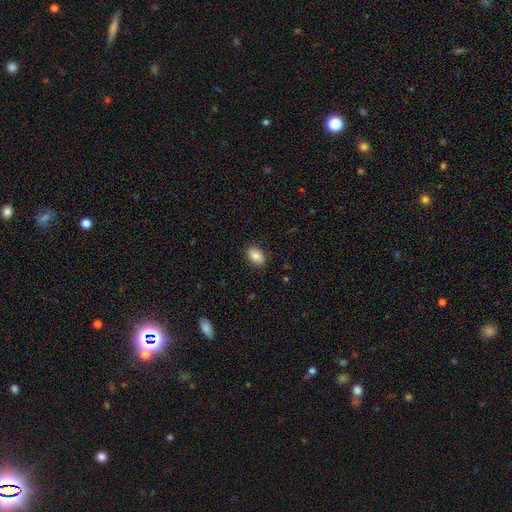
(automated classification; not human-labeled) smooth-or-featured: smooth: 84% | star or artifact: 8% | featured or disk: 8%
  how-rounded: in between: 86% | round: 13% | cigar-shaped: 1%
  merging: none: 87% | minor disturbance: 10% | major disturbance: 2% | merger: 1%